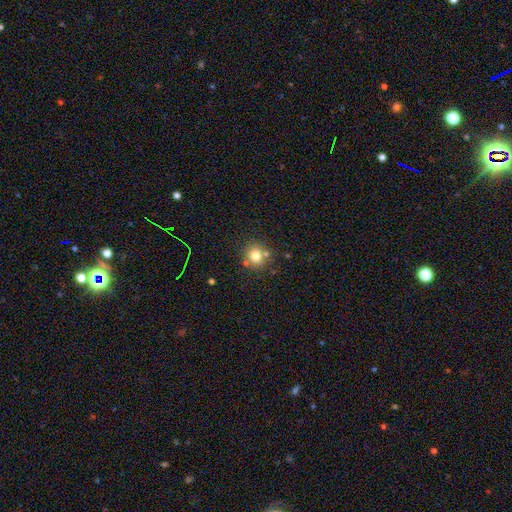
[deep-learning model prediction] Smooth or featured? Predicted: smooth (p=0.77). How rounded? Predicted: round (p=0.86). Merging? Predicted: none (p=0.73).